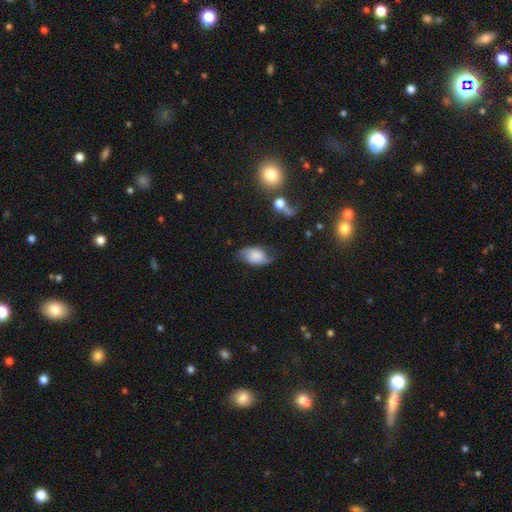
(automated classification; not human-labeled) Smooth or featured? Predicted: smooth (p=0.61). How rounded? Predicted: in between (p=0.89). Merging? Predicted: none (p=0.58).